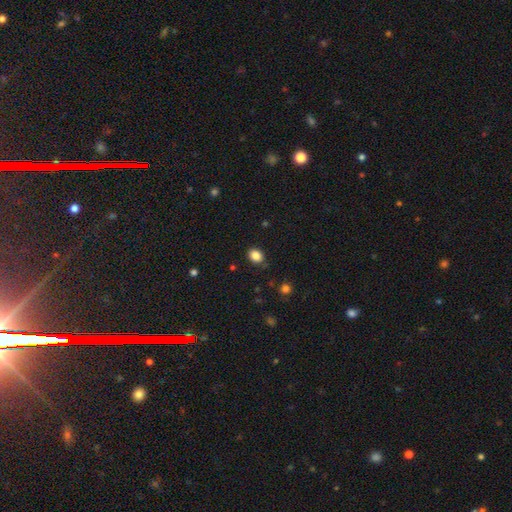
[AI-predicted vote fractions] A smooth galaxy with no disk features (85%) that is in between round and cigar-shaped (54%).

Vote fractions:
- Smooth or featured? smooth: 85% / star or artifact: 10% / featured or disk: 4%
- How rounded? in between: 54% / round: 45% / cigar-shaped: 1%
- Merging? none: 84% / minor disturbance: 12% / major disturbance: 3% / merger: 2%